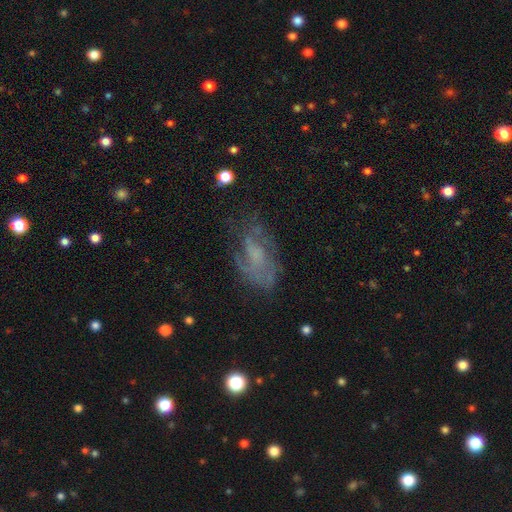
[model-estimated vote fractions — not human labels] This is likely a featured or disk galaxy (63%). It is clearly not viewed edge-on (95%). Bar: likely no (69%). Spiral arm pattern: likely yes (67%). Central bulge: possibly none (48%). Merging: possibly none (50%).